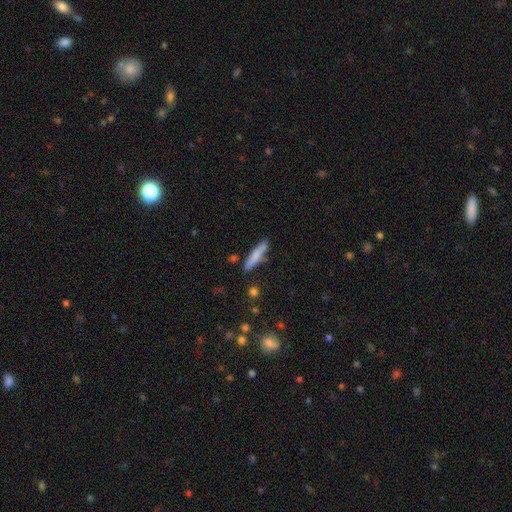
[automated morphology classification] smooth_or_featured: smooth (p=0.71) [alt: featured or disk p=0.23]
how_rounded: cigar-shaped (p=0.89) [alt: in between p=0.10]
merging: none (p=0.81) [alt: minor disturbance p=0.12]